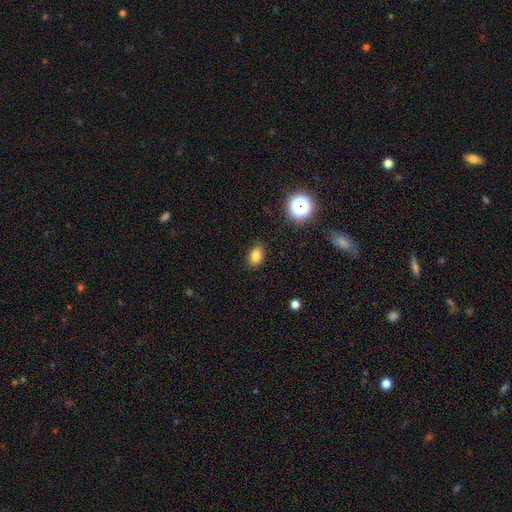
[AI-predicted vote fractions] A smooth galaxy with no disk features (81%) that is in between round and cigar-shaped (74%).

Vote fractions:
- Smooth or featured? smooth: 81% / star or artifact: 13% / featured or disk: 6%
- How rounded? in between: 74% / round: 25% / cigar-shaped: 1%
- Merging? none: 86% / minor disturbance: 10% / major disturbance: 3% / merger: 1%